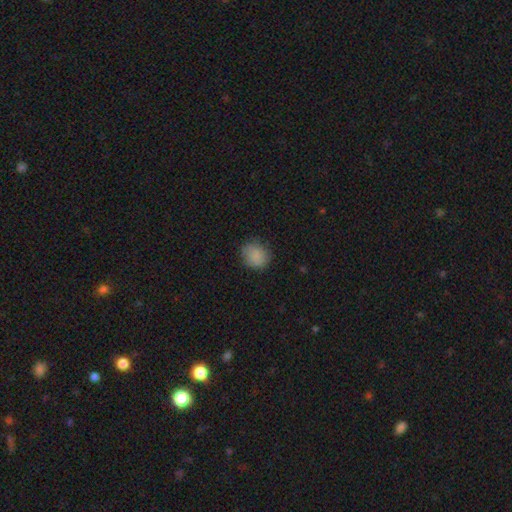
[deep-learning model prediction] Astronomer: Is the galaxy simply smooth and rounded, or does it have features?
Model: smooth — 84%.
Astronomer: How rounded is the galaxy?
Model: round — 75%.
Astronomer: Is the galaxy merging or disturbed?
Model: none — 77%.